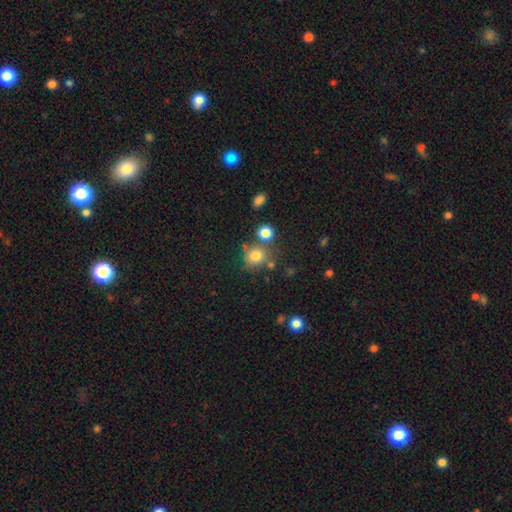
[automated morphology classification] This appears to be a smooth galaxy with no disk features (78%) that is round (82%). Merging: none (66%).